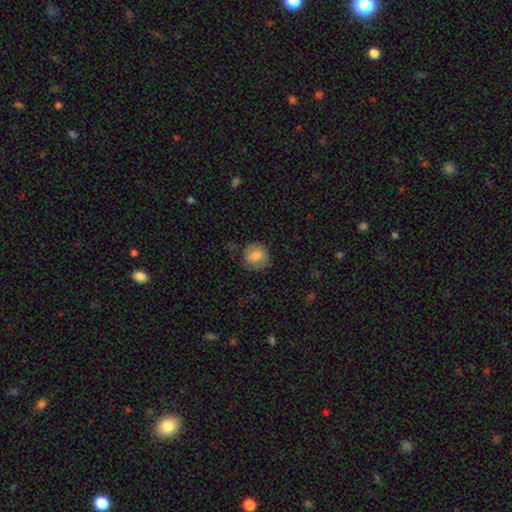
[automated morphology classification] smooth 79%, featured or disk 13%, star or artifact 8%. Down the decision tree: how rounded — round (81%); merging — none (76%).